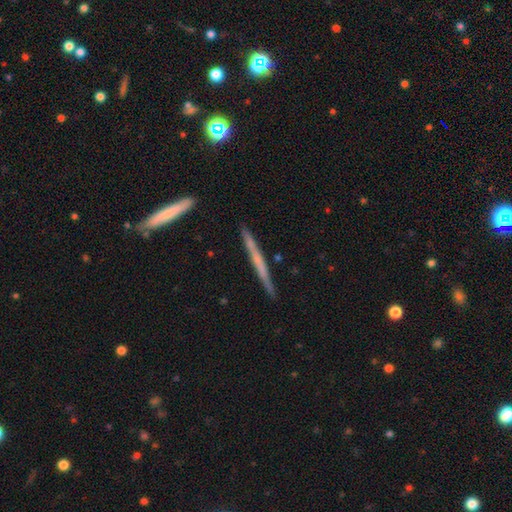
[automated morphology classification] Smooth or featured: featured or disk — 54% (smooth — 40%)
Edge-on disk: yes — 97% (no — 3%)
Edge-on bulge: none — 86% (rounded — 9%)
Merging: none — 88% (minor disturbance — 9%)